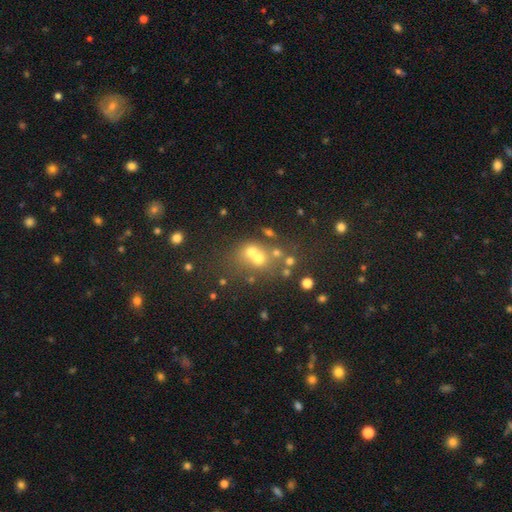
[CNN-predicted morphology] smooth_or_featured: smooth (p=0.57) [alt: featured or disk p=0.22]
how_rounded: round (p=0.72) [alt: in between p=0.27]
merging: merger (p=0.46) [alt: none p=0.39]